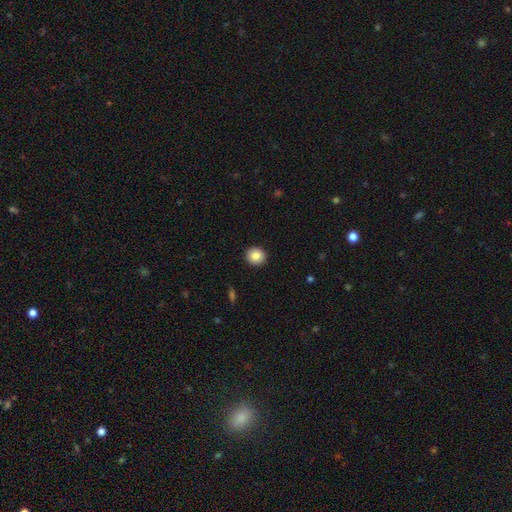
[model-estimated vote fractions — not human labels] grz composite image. It shows a smooth galaxy with no disk features (84%) that is round (89%). Merging: none (92%).